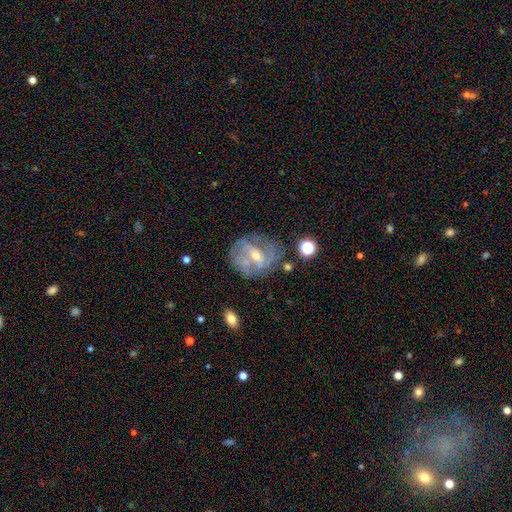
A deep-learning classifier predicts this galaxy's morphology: This is likely a featured or disk galaxy (75%). It is clearly not viewed edge-on (96%). Bar: marginally weak (44%). Spiral arm pattern: likely yes (78%). Spiral arm count: marginally can't tell (41%). Spiral winding: marginally tight (42%). Central bulge: possibly small (56%). Merging: likely none (65%).